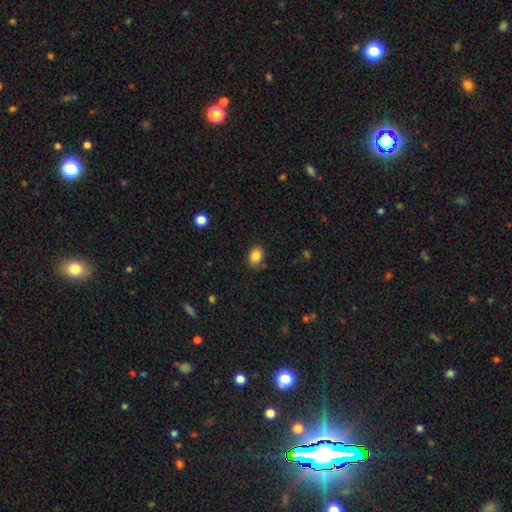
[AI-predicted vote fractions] smooth 86%, star or artifact 9%, featured or disk 5%. Down the decision tree: how rounded — in between (75%); merging — none (79%).